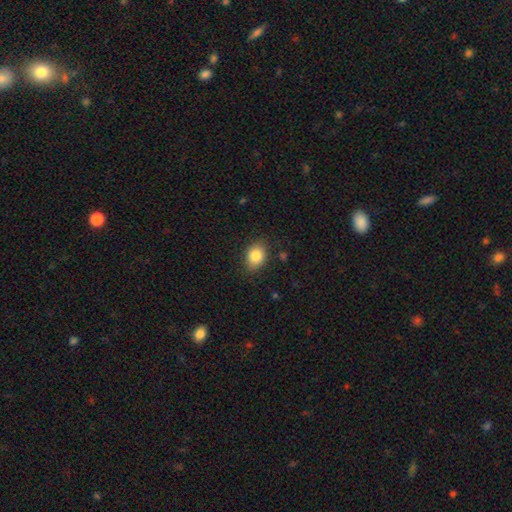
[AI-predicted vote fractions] Morphology: type=smooth (84%); roundness=in between (62%); merging=none (82%).